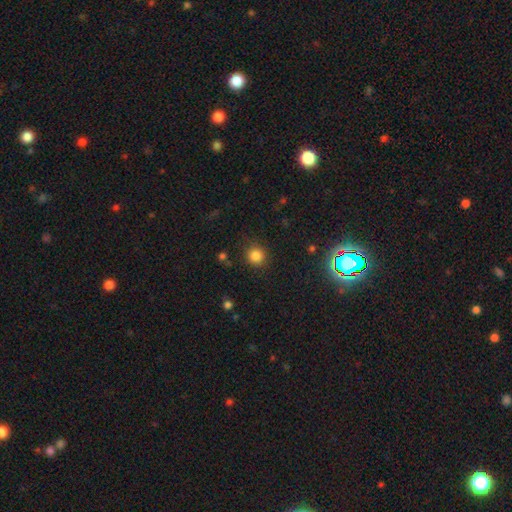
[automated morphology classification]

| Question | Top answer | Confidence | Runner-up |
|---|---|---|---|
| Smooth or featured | smooth | 83% | star or artifact (13%) |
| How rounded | round | 92% | in between (7%) |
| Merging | none | 88% | minor disturbance (8%) |